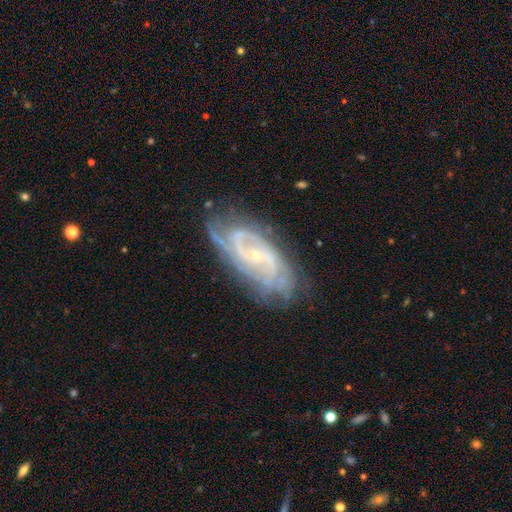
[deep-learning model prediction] A featured or disk galaxy (87%) with no bar (53%), 2 (38%) tight (51%) spiral arms (96%) and a small central bulge (81%). Merging: none (71%).